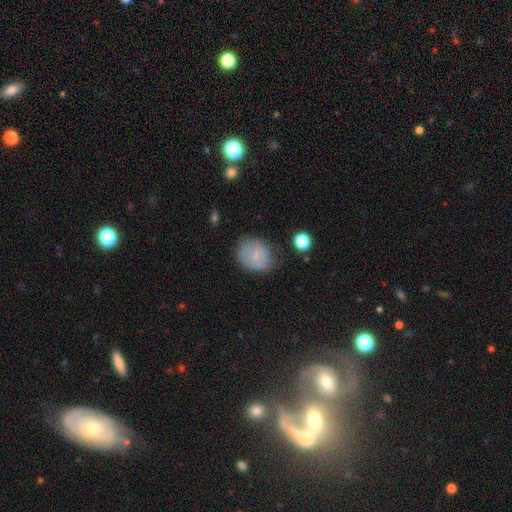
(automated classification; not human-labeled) A smooth galaxy with no disk features (76%) that is round (52%).

Vote fractions:
- Smooth or featured? smooth: 76% / featured or disk: 15% / star or artifact: 9%
- How rounded? round: 52% / in between: 47% / cigar-shaped: 1%
- Merging? none: 69% / minor disturbance: 22% / major disturbance: 6% / merger: 2%